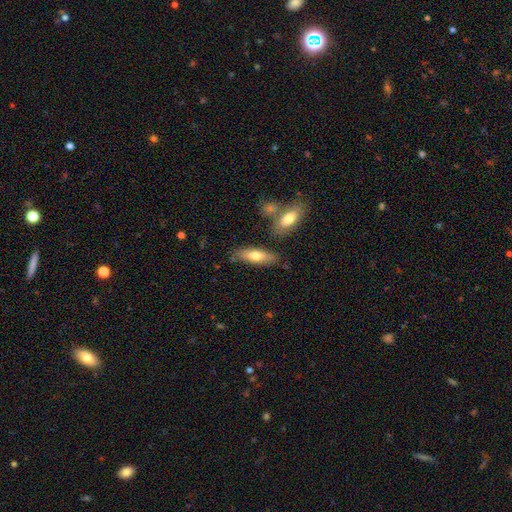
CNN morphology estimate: A smooth galaxy with no disk features (66%) that is in between round and cigar-shaped (52%).

Vote fractions:
- Smooth or featured? smooth: 66% / featured or disk: 28% / star or artifact: 6%
- How rounded? in between: 52% / cigar-shaped: 46% / round: 2%
- Merging? none: 76% / minor disturbance: 14% / merger: 7% / major disturbance: 3%